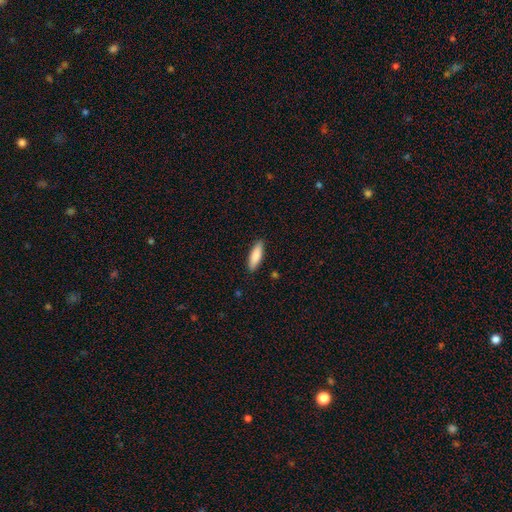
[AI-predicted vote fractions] The model was most divided on "how rounded": in between: 50%, cigar-shaped: 49%, round: 1%. More confident: merging — none (88%); smooth or featured — smooth (86%).